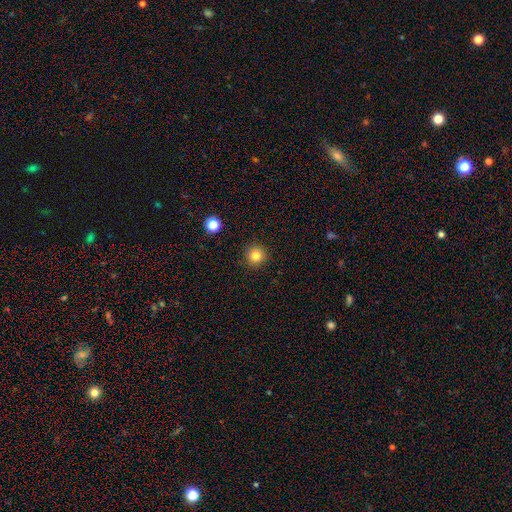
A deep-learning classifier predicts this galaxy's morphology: Overall: smooth (82%). How rounded: round (95%). Merging: none (92%).